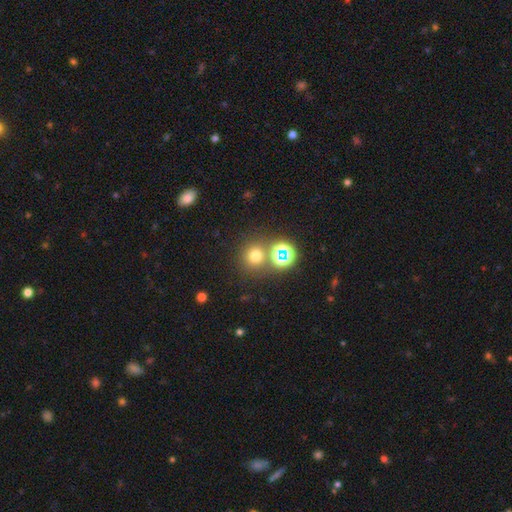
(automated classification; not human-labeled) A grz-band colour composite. It shows a smooth galaxy with no disk features (67%) that is round (91%). Merging: none (73%).